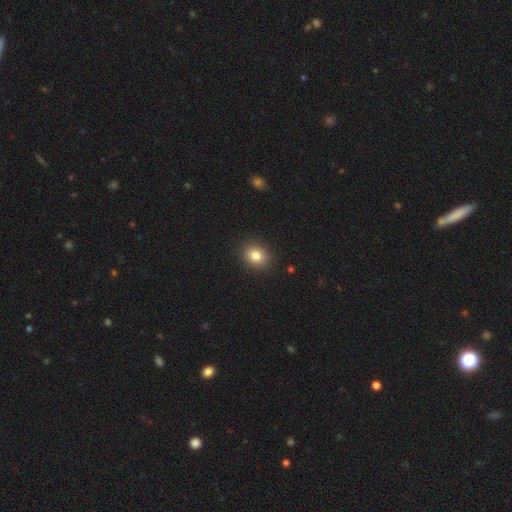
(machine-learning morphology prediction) This is clearly a smooth galaxy (83%). How rounded: possibly round (54%). Merging: clearly none (89%).